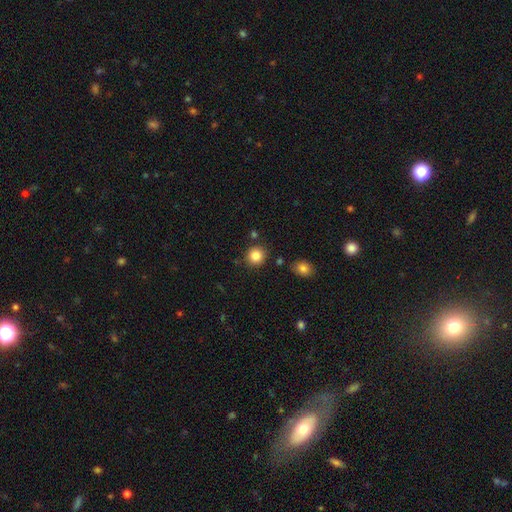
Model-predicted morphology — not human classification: Smooth or featured? Predicted: smooth (p=0.86). How rounded? Predicted: round (p=0.89). Merging? Predicted: none (p=0.85).